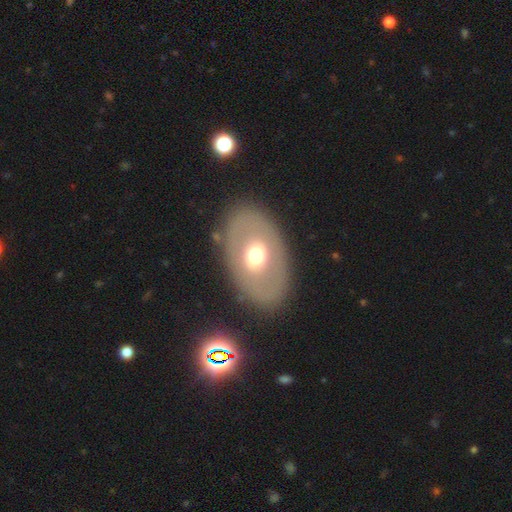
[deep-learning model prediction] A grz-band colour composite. It shows a smooth galaxy with no disk features (48%). Merging: none (84%).